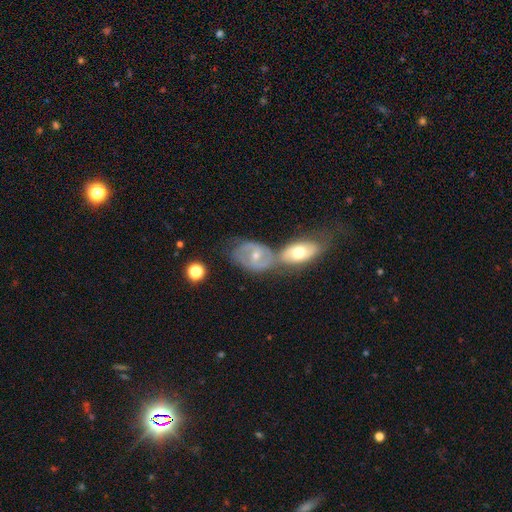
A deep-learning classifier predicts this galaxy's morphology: type=featured or disk (67%); edge-on=no (95%); bar=weak (44%); spiral arms=yes (76%); bulge=moderate (53%); merging=merger (46%).